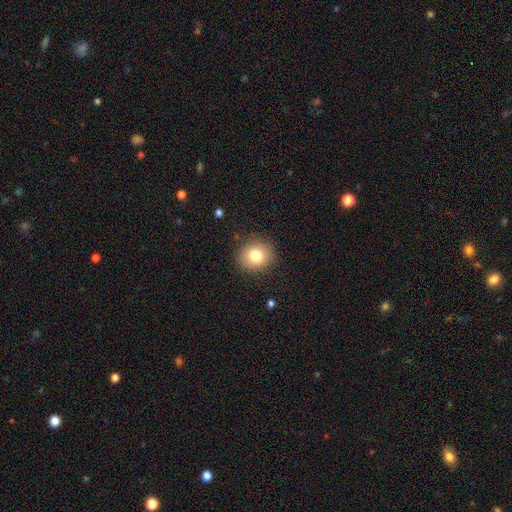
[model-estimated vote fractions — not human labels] A smooth galaxy with no disk features (80%) that is round (80%). Merging: none (88%).